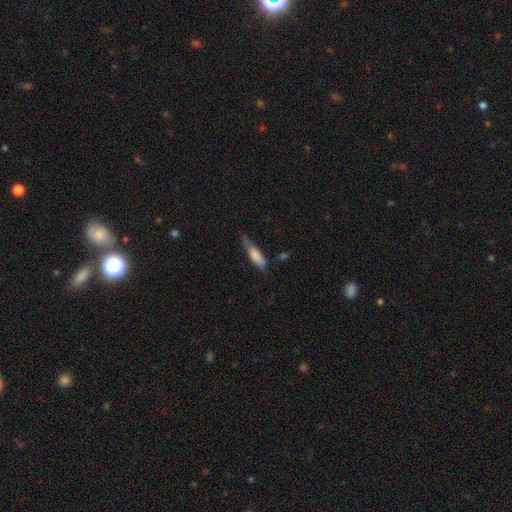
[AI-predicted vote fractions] smooth_or_featured: smooth (p=0.77) [alt: featured or disk p=0.16]
how_rounded: cigar-shaped (p=0.57) [alt: in between p=0.41]
merging: minor disturbance (p=0.41) [alt: none p=0.40]